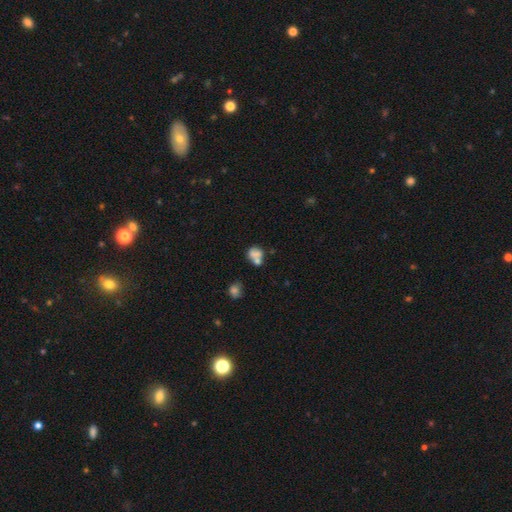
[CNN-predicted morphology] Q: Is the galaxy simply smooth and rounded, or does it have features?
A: smooth — 66%.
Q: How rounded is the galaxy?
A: round — 54%.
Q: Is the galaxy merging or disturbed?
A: merger — 50%.